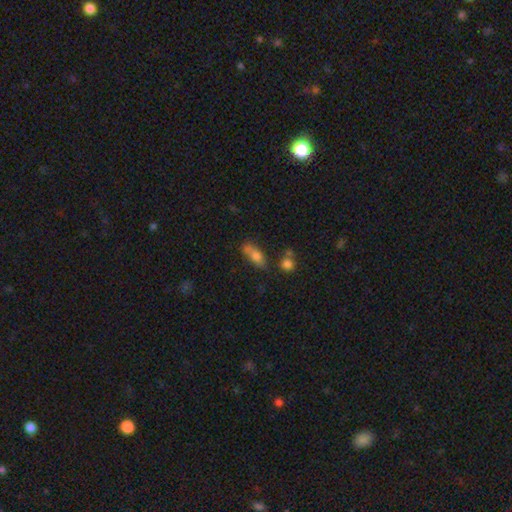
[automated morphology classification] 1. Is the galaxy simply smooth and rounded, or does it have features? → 69% smooth, 21% featured or disk, 11% star or artifact.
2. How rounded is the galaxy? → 65% in between, 27% cigar-shaped, 8% round.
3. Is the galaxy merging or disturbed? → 45% none, 25% merger, 21% minor disturbance, 10% major disturbance.